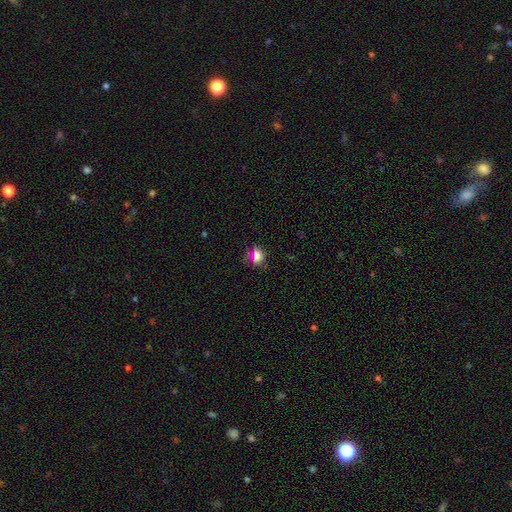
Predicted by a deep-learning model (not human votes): Smooth or featured: smooth — 71% (star or artifact — 21%)
How rounded: round — 66% (in between — 31%)
Merging: none — 75% (minor disturbance — 16%)